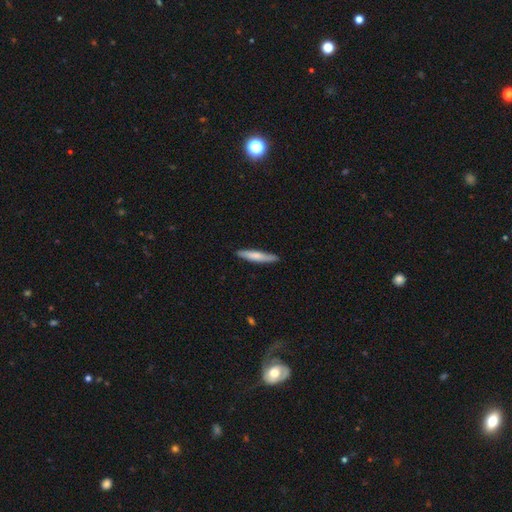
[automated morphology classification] A smooth galaxy with no disk features (66%) that is cigar-shaped (92%). Merging: none (88%).